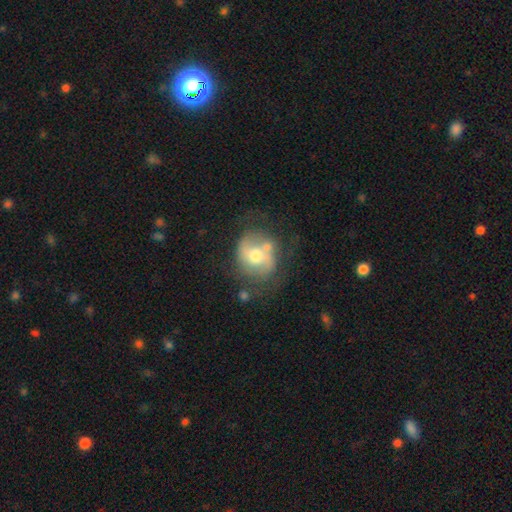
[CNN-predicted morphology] Smooth or featured? Predicted: featured or disk (p=0.57). Edge-on disk? Predicted: no (p=0.97). Bar? Predicted: no (p=0.56). Spiral arms? Predicted: yes (p=0.62). Bulge size? Predicted: moderate (p=0.70). Merging? Predicted: none (p=0.50).